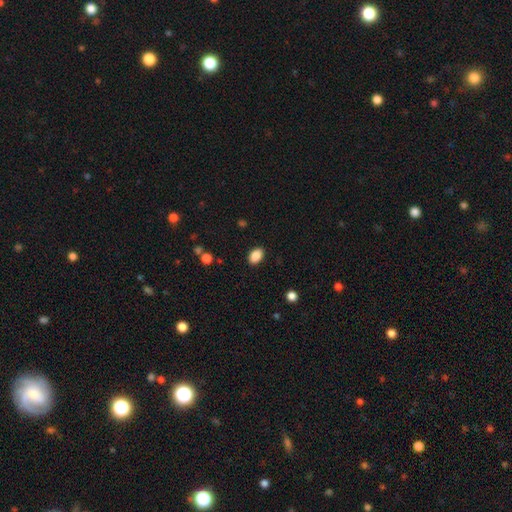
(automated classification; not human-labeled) smooth_or_featured: smooth (p=0.88) [alt: star or artifact p=0.08]
how_rounded: in between (p=0.85) [alt: round p=0.14]
merging: none (p=0.89) [alt: minor disturbance p=0.08]